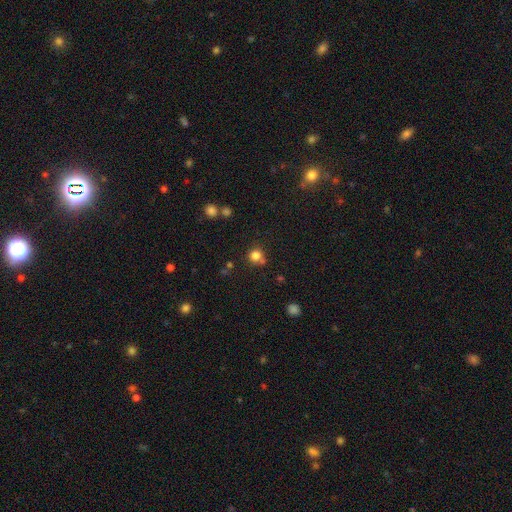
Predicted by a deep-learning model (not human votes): smooth 81%, star or artifact 14%, featured or disk 6%. Down the decision tree: how rounded — round (91%); merging — none (68%).